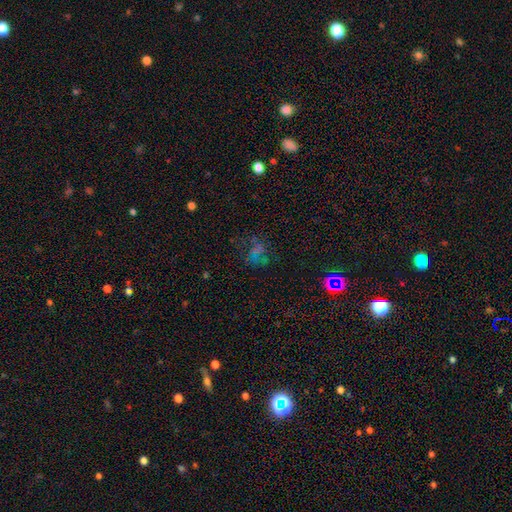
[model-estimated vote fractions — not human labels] Overall: star or artifact (41%; smooth 30%).